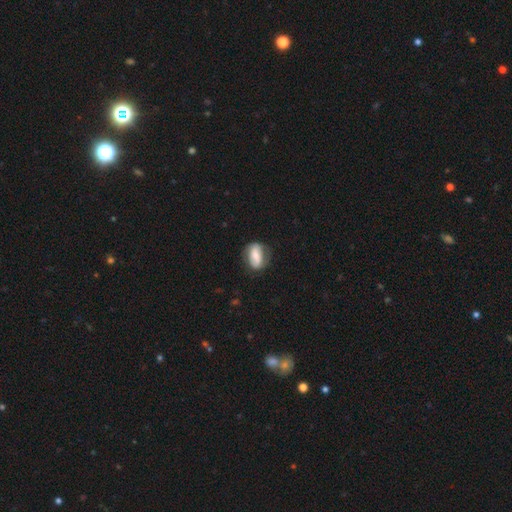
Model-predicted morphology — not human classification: This is likely a smooth galaxy (61%). How rounded: clearly in between (80%). Merging: likely none (69%).